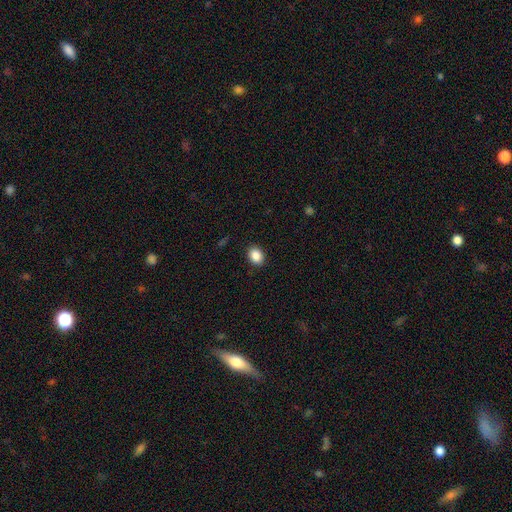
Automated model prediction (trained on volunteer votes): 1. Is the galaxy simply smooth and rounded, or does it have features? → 88% smooth, 9% star or artifact, 4% featured or disk.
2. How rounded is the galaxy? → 59% in between, 40% round, 1% cigar-shaped.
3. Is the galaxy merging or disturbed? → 89% none, 8% minor disturbance, 2% major disturbance, 1% merger.